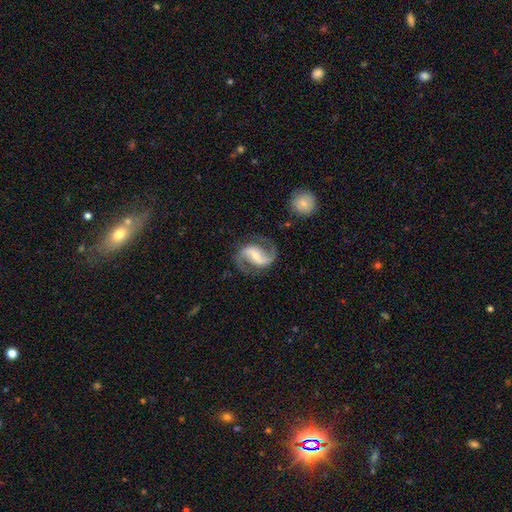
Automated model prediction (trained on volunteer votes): Morphology: type=featured or disk (91%); edge-on=no (98%); bar=strong (47%); spiral arms=yes (98%); winding=medium (56%); arm count=2 (94%); bulge=small (47%); merging=none (80%).